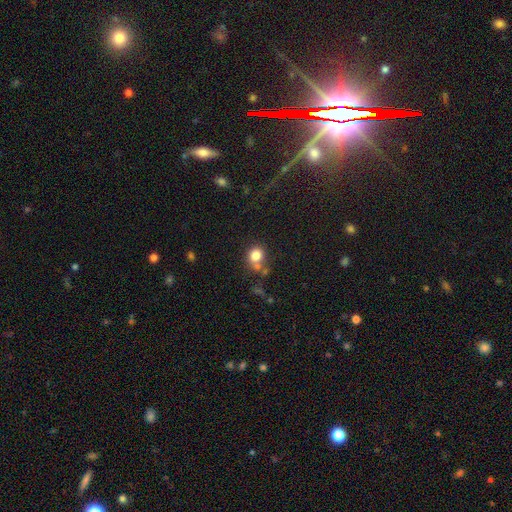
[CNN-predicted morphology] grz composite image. It shows a smooth galaxy with no disk features (81%) that is round (77%). Merging: none (55%).